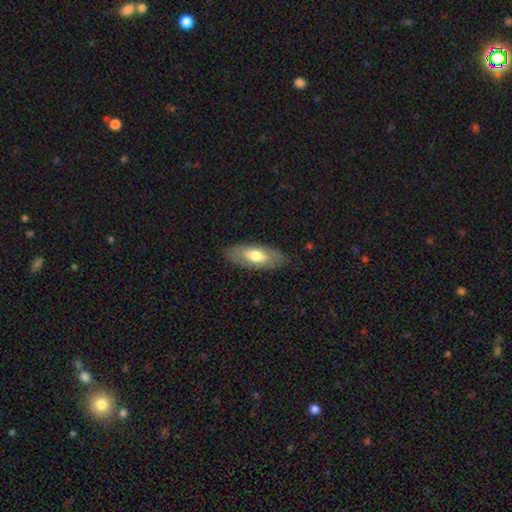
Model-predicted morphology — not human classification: This is possibly a smooth galaxy (58%). How rounded: clearly in between (81%). Merging: clearly none (82%).